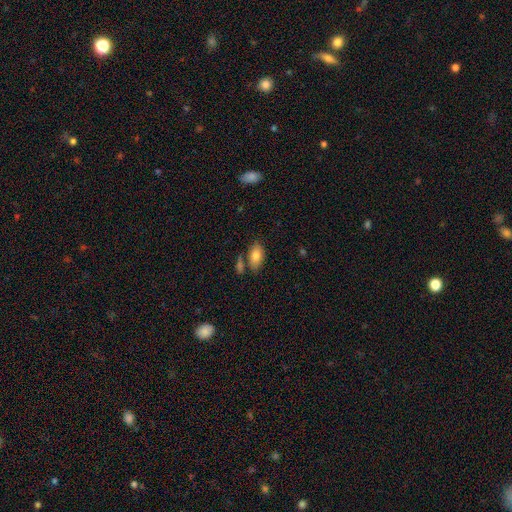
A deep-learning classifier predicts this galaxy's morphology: smooth 81%, featured or disk 12%, star or artifact 7%. Down the decision tree: how rounded — in between (92%); merging — none (67%).